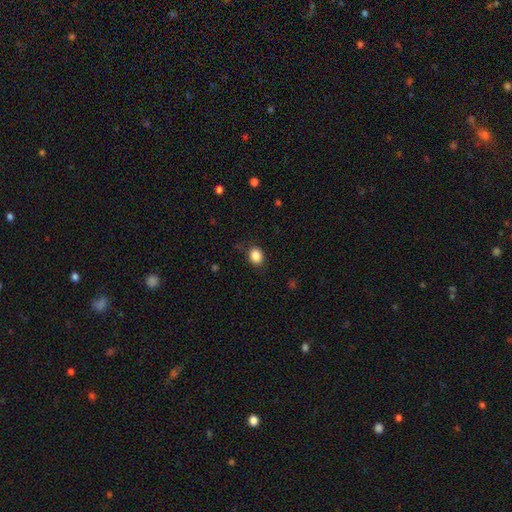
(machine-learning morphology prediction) This appears to be a smooth galaxy with no disk features (86%) that is round (50%). Merging: none (84%).